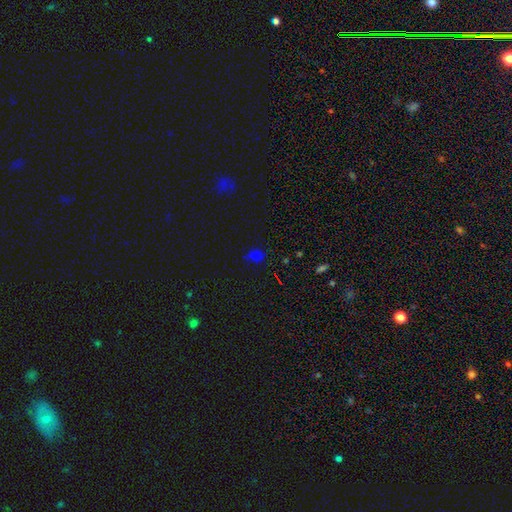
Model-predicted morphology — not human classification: This is possibly a smooth galaxy (54%). How rounded: possibly in between (52%). Merging: likely none (64%).